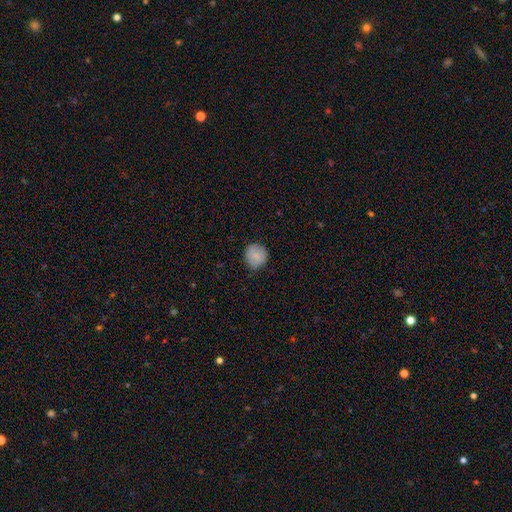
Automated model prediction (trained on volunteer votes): smooth_or_featured: smooth (p=0.84) [alt: star or artifact p=0.08]
how_rounded: round (p=0.89) [alt: in between p=0.10]
merging: none (p=0.80) [alt: minor disturbance p=0.16]